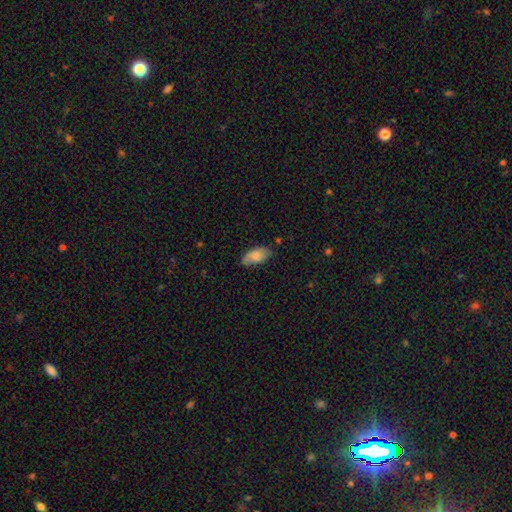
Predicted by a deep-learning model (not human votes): Morphology: type=smooth (76%); roundness=in between (92%); merging=none (64%).